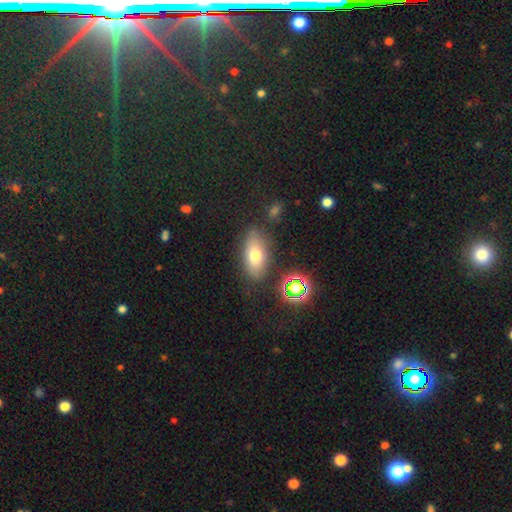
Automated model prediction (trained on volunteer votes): smooth-or-featured: smooth: 70% | featured or disk: 18% | star or artifact: 12%
  how-rounded: in between: 85% | round: 7% | cigar-shaped: 7%
  merging: none: 81% | minor disturbance: 12% | major disturbance: 4% | merger: 4%